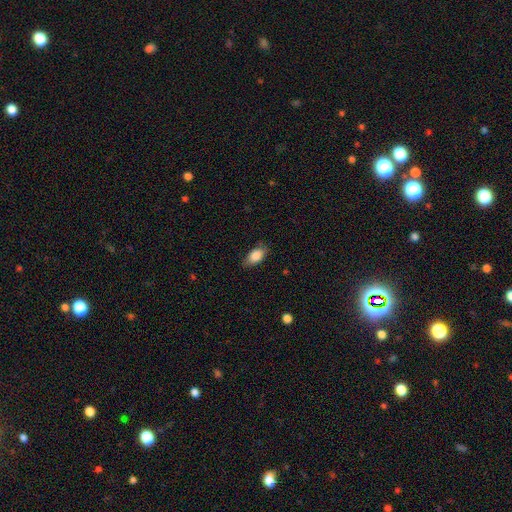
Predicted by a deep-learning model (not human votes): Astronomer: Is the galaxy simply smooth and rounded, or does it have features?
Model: smooth — 84%.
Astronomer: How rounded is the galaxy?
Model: in between — 89%.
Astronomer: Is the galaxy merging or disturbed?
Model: none — 79%.